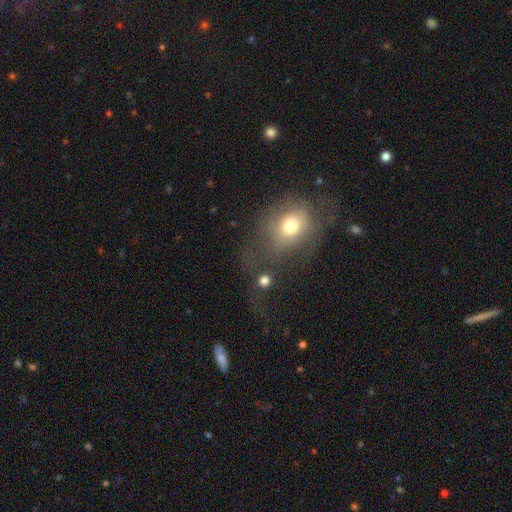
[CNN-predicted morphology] Smooth or featured: smooth — 59% (featured or disk — 22%)
How rounded: round — 50% (in between — 48%)
Merging: none — 41% (major disturbance — 25%)